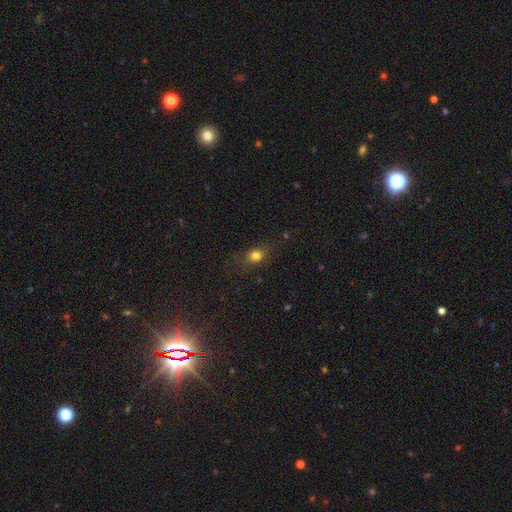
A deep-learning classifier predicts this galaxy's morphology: A smooth galaxy with no disk features (74%) that is round (52%).

Vote fractions:
- Smooth or featured? smooth: 74% / star or artifact: 16% / featured or disk: 10%
- How rounded? round: 52% / in between: 43% / cigar-shaped: 5%
- Merging? none: 77% / minor disturbance: 16% / major disturbance: 6% / merger: 2%